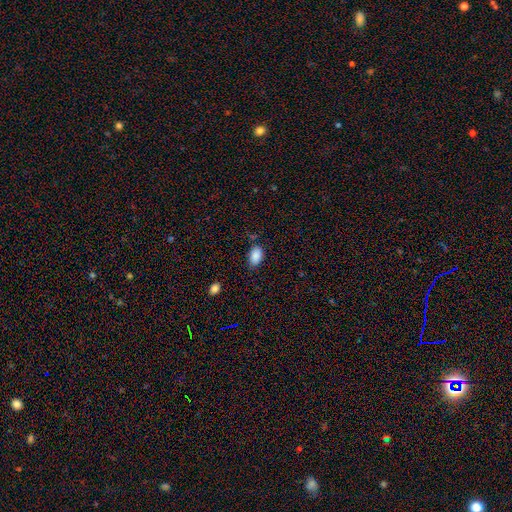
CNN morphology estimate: type=smooth (88%); roundness=in between (91%); merging=none (77%).